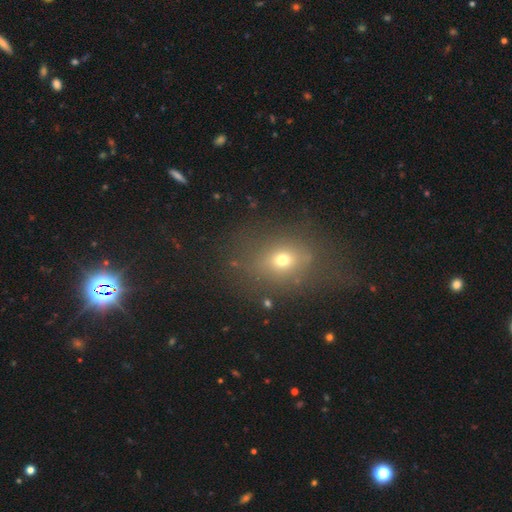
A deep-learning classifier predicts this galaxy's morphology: A smooth galaxy with no disk features (52%) that is in between round and cigar-shaped (60%).

Vote fractions:
- Smooth or featured? smooth: 52% / star or artifact: 31% / featured or disk: 17%
- How rounded? in between: 60% / round: 37% / cigar-shaped: 2%
- Merging? none: 76% / minor disturbance: 15% / major disturbance: 7% / merger: 3%